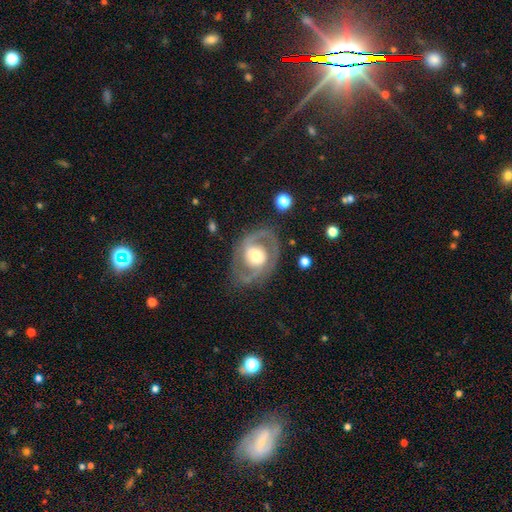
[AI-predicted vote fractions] This is likely a featured or disk galaxy (74%). It is clearly not viewed edge-on (95%). Bar: likely no (66%). Spiral arm pattern: likely yes (65%). Central bulge: possibly moderate (57%). Merging: likely none (75%).